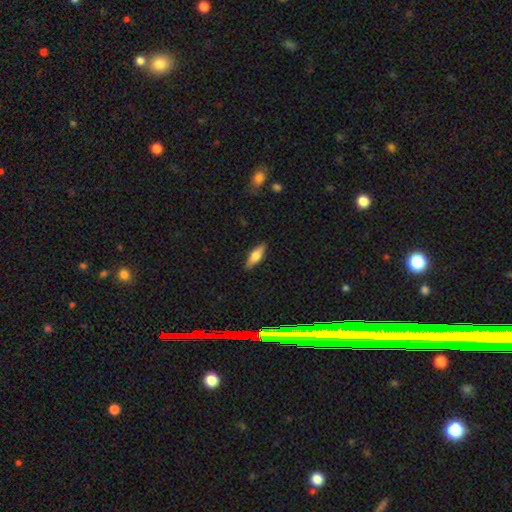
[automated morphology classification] smooth-or-featured: smooth: 60% | featured or disk: 32% | star or artifact: 8%
  how-rounded: in between: 57% | cigar-shaped: 40% | round: 3%
  merging: none: 87% | minor disturbance: 10% | major disturbance: 2% | merger: 1%